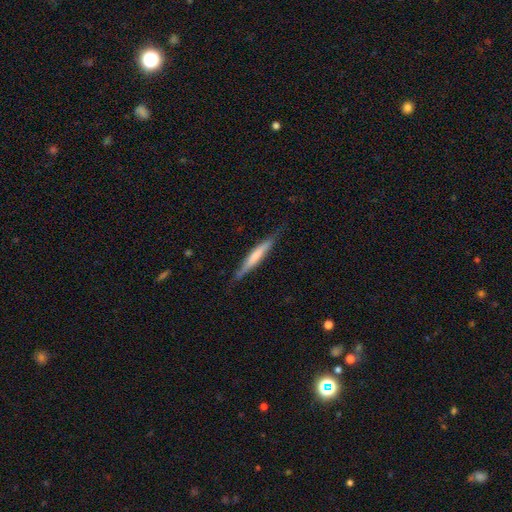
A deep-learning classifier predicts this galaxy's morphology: Overall: smooth (52%; featured or disk 43%). How rounded: cigar-shaped (94%). Merging: none (79%).